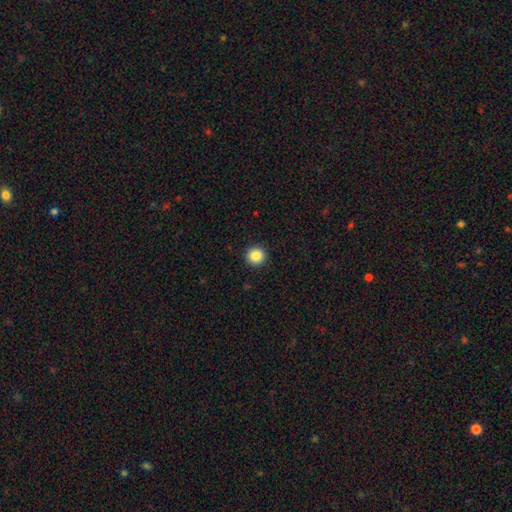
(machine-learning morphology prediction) Smooth or featured? smooth (87%)
How rounded? round (95%)
Merging? none (93%)